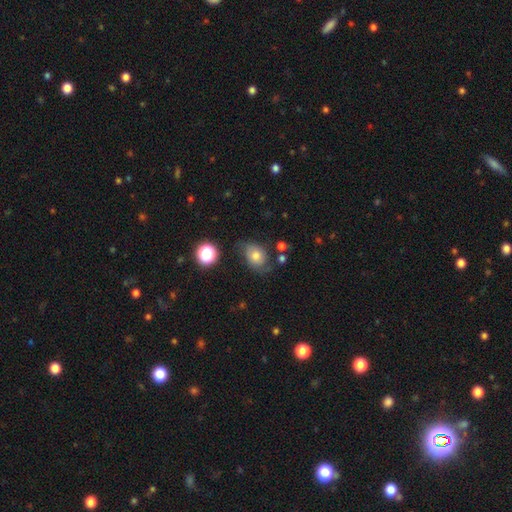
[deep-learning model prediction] A smooth galaxy with no disk features (66%) that is in between round and cigar-shaped (62%).

Vote fractions:
- Smooth or featured? smooth: 66% / featured or disk: 21% / star or artifact: 12%
- How rounded? in between: 62% / round: 36% / cigar-shaped: 1%
- Merging? none: 57% / minor disturbance: 27% / major disturbance: 11% / merger: 5%